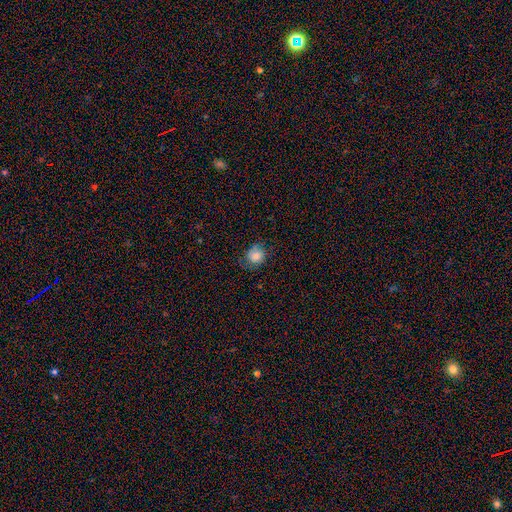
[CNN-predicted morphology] Overall: smooth (79%). How rounded: round (77%). Merging: none (64%; minor disturbance 25%).